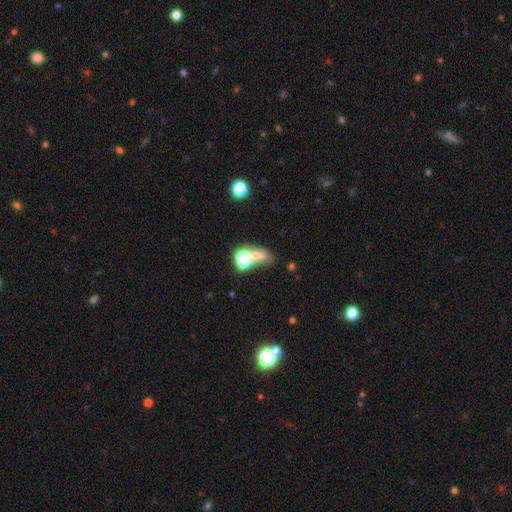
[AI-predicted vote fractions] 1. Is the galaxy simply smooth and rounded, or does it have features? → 59% smooth, 24% star or artifact, 17% featured or disk.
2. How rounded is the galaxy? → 56% in between, 39% round, 5% cigar-shaped.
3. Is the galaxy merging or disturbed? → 44% merger, 36% none, 11% minor disturbance, 9% major disturbance.